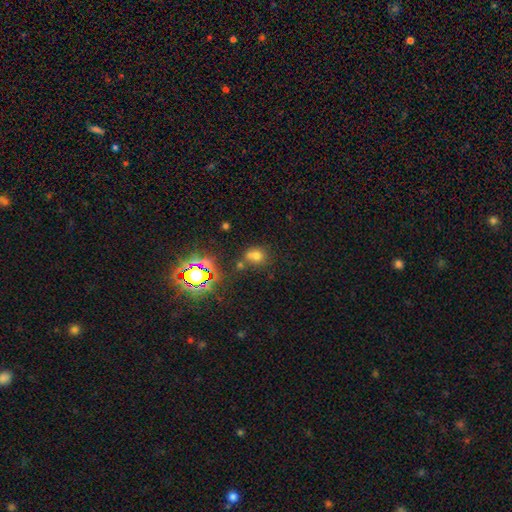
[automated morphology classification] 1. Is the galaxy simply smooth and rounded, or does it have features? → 62% smooth, 27% star or artifact, 11% featured or disk.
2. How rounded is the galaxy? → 63% round, 36% in between, 1% cigar-shaped.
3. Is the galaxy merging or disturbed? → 50% none, 30% merger, 14% minor disturbance, 6% major disturbance.